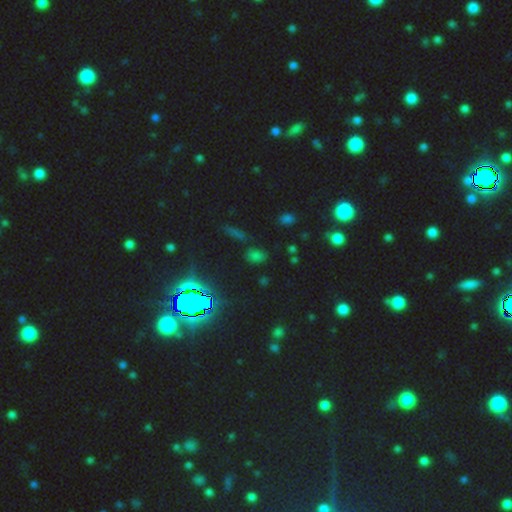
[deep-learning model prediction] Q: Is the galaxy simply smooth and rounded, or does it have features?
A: smooth — 46%.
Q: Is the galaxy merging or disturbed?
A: none — 74%.